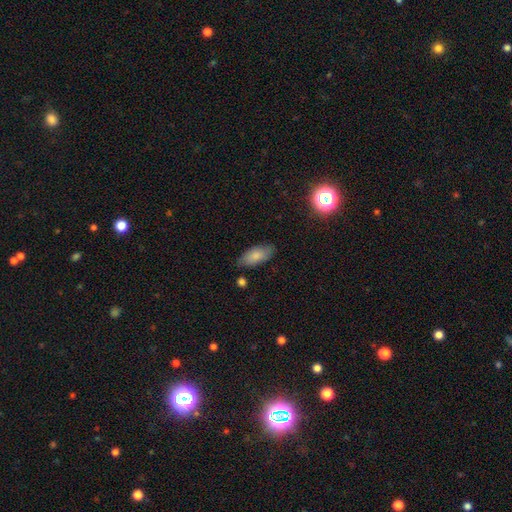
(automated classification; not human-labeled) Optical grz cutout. It shows a smooth galaxy with no disk features (80%) that is in between round and cigar-shaped (87%). Merging: none (78%).